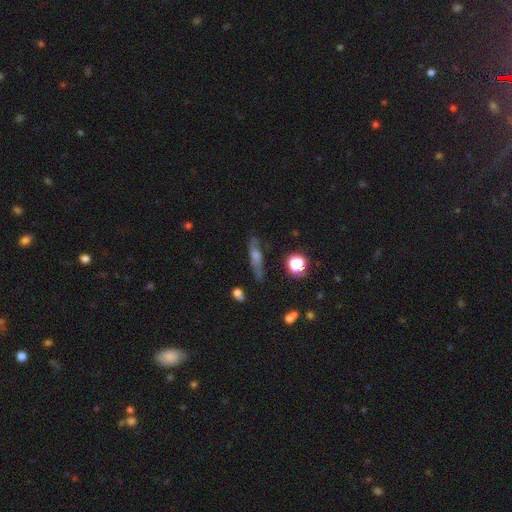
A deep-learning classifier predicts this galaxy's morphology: Smooth or featured: featured or disk — 46% (smooth — 37%)
Merging: none — 75% (minor disturbance — 17%)